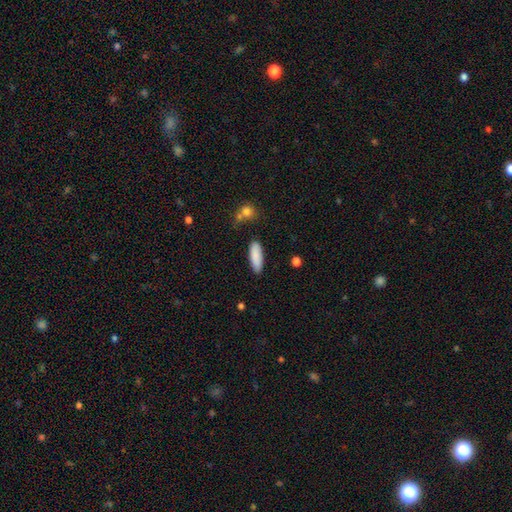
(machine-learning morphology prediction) Smooth or featured: smooth — 88% (star or artifact — 6%)
How rounded: in between — 58% (cigar-shaped — 41%)
Merging: none — 85% (minor disturbance — 11%)